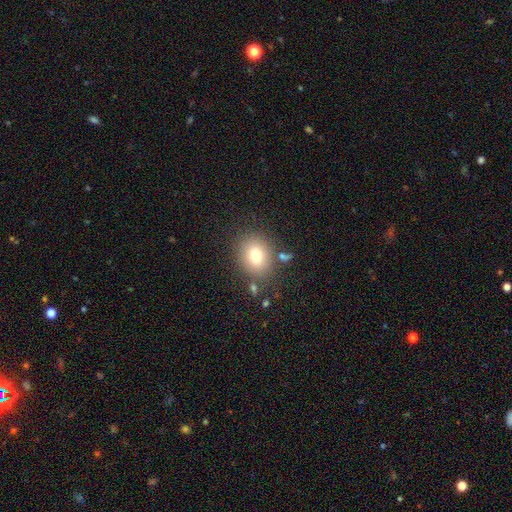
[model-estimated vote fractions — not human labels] A smooth galaxy with no disk features (75%) that is round (59%).

Vote fractions:
- Smooth or featured? smooth: 75% / featured or disk: 13% / star or artifact: 12%
- How rounded? round: 59% / in between: 40% / cigar-shaped: 1%
- Merging? none: 78% / minor disturbance: 12% / merger: 6% / major disturbance: 5%